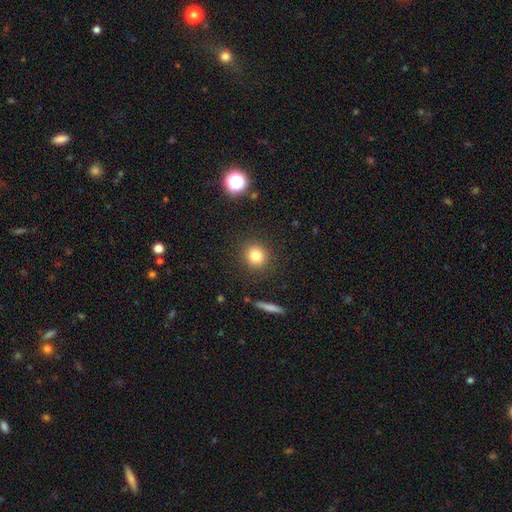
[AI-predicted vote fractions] smooth_or_featured: smooth (p=0.80) [alt: star or artifact p=0.12]
how_rounded: round (p=0.89) [alt: in between p=0.10]
merging: none (p=0.90) [alt: minor disturbance p=0.06]